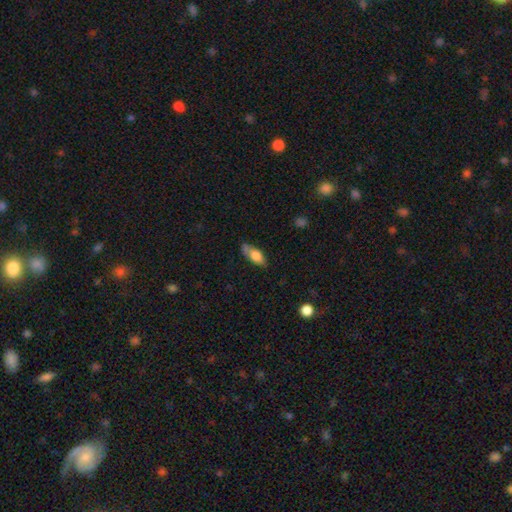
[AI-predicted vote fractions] Smooth or featured?
  - smooth: 69% *
  - featured or disk: 23%
  - star or artifact: 7%
How rounded?
  - in between: 74% *
  - cigar-shaped: 22%
  - round: 4%
Merging?
  - none: 56% *
  - minor disturbance: 29%
  - merger: 8%
  - major disturbance: 8%